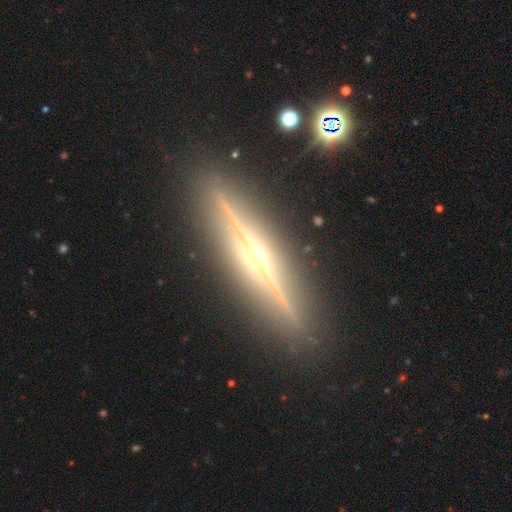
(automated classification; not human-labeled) Q: Smooth or featured?
A: featured or disk (86%); runner-up: smooth (8%)
Q: Edge-on disk?
A: yes (97%); runner-up: no (3%)
Q: Edge-on bulge?
A: rounded (84%); runner-up: none (10%)
Q: Merging?
A: none (90%); runner-up: minor disturbance (7%)